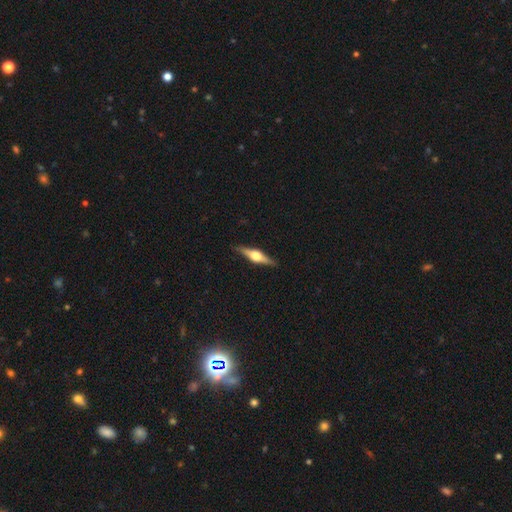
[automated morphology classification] A featured or disk galaxy (74%) viewed edge-on (98%) with a rounded central bulge (94%).

Vote fractions:
- Smooth or featured? featured or disk: 74% / smooth: 21% / star or artifact: 6%
- Edge-on disk? yes: 98% / no: 2%
- Edge-on bulge? rounded: 94% / boxy: 5% / none: 1%
- Merging? none: 90% / minor disturbance: 8% / major disturbance: 2% / merger: 1%